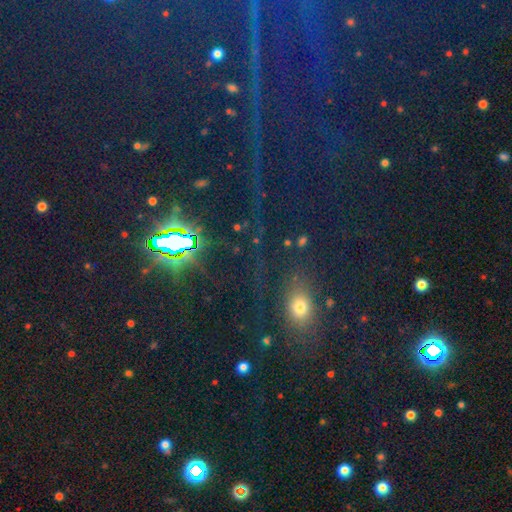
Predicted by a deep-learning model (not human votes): Smooth or featured?
  - star or artifact: 56% *
  - smooth: 33%
  - featured or disk: 11%